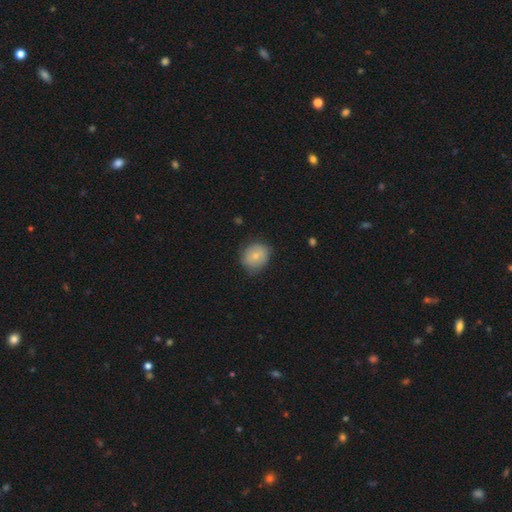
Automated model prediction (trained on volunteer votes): Overall: smooth (74%). How rounded: round (74%). Merging: none (74%).